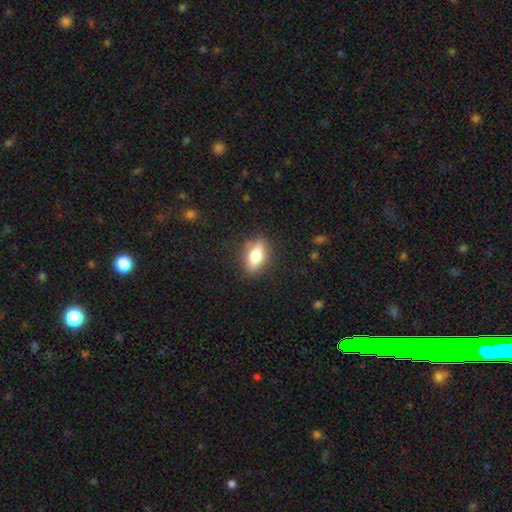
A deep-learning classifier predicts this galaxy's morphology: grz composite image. It shows a smooth galaxy with no disk features (71%) that is in between round and cigar-shaped (80%). Merging: none (84%).